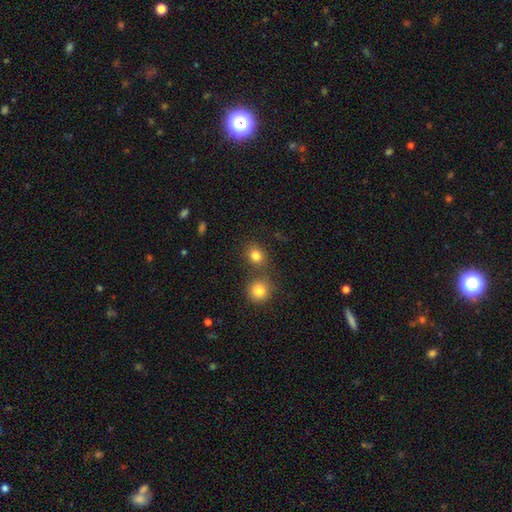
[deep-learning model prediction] Smooth or featured? Predicted: smooth (p=0.81). How rounded? Predicted: round (p=0.74). Merging? Predicted: none (p=0.64).